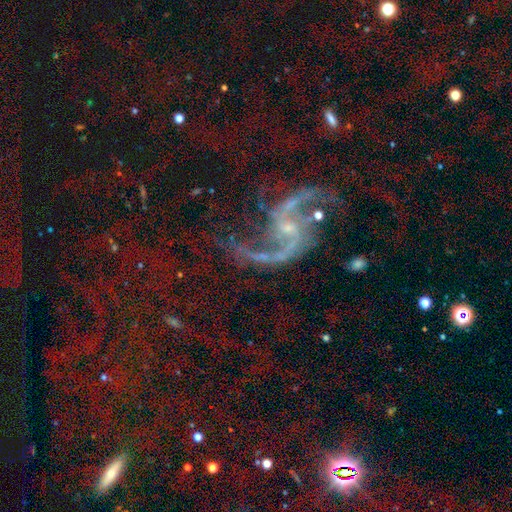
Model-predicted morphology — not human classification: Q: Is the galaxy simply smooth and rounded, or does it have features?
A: featured or disk — 85%.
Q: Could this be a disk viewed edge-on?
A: no — 97%.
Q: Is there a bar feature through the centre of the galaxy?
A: no — 53%.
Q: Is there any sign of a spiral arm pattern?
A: yes — 97%.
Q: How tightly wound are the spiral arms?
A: loose — 75%.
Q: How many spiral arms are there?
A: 2 — 89%.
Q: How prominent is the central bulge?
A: small — 67%.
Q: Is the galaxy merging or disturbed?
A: none — 59%.